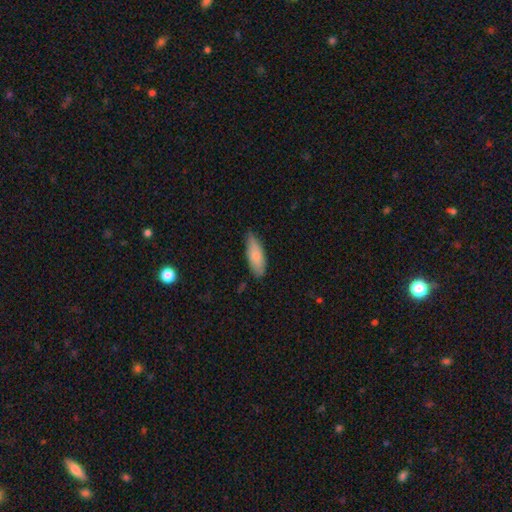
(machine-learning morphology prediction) Smooth or featured?
  - smooth: 79% *
  - featured or disk: 15%
  - star or artifact: 6%
How rounded?
  - in between: 67% *
  - cigar-shaped: 31%
  - round: 2%
Merging?
  - none: 75% *
  - minor disturbance: 21%
  - major disturbance: 3%
  - merger: 1%